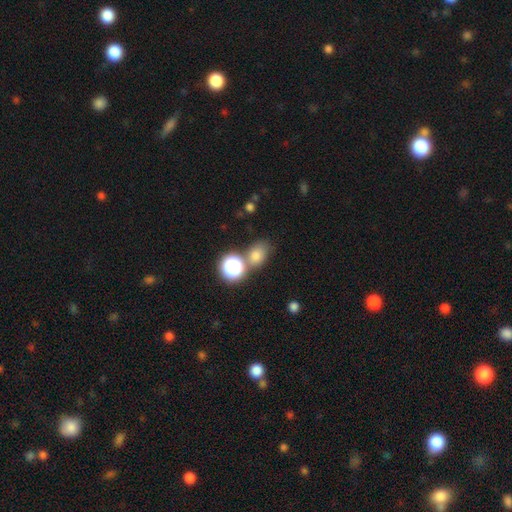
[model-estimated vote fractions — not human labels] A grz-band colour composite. It shows a smooth galaxy with no disk features (71%) that is in between round and cigar-shaped (53%). Merging: none (58%).